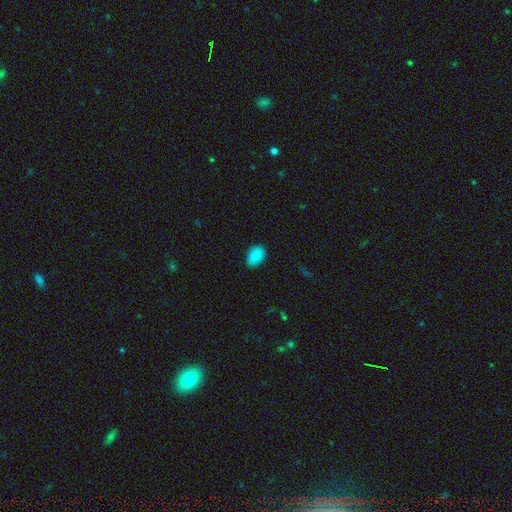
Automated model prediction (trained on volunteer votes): smooth 89%, star or artifact 8%, featured or disk 4%. Down the decision tree: how rounded — in between (84%); merging — none (82%).